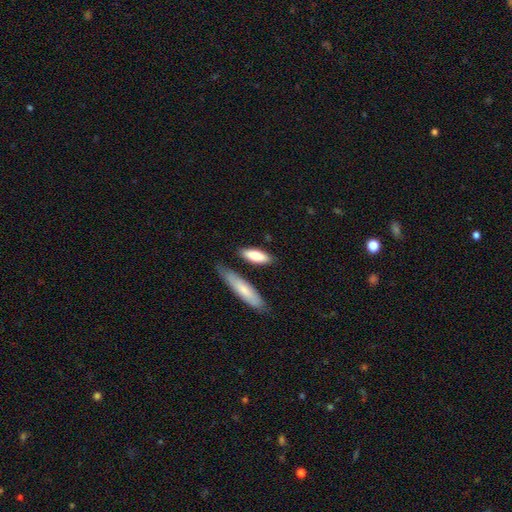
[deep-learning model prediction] smooth-or-featured: smooth: 81% | featured or disk: 14% | star or artifact: 5%
  how-rounded: in between: 56% | cigar-shaped: 42% | round: 2%
  merging: none: 76% | minor disturbance: 14% | merger: 7% | major disturbance: 3%